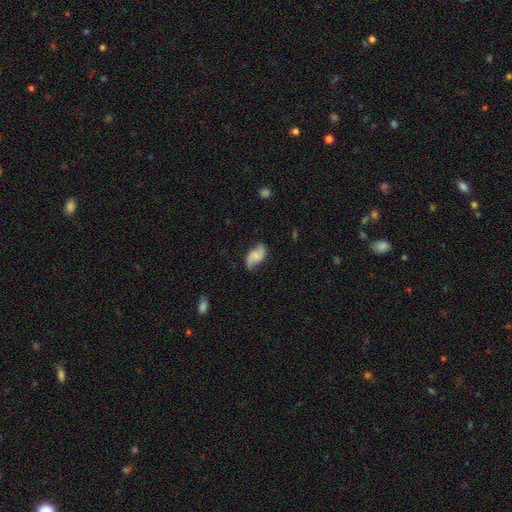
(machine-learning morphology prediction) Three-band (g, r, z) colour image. It shows a featured or disk galaxy (61%) with no bar (59%), 2 (90%) loose (65%) spiral arms (93%) and a small central bulge (38%). Merging: none (68%).